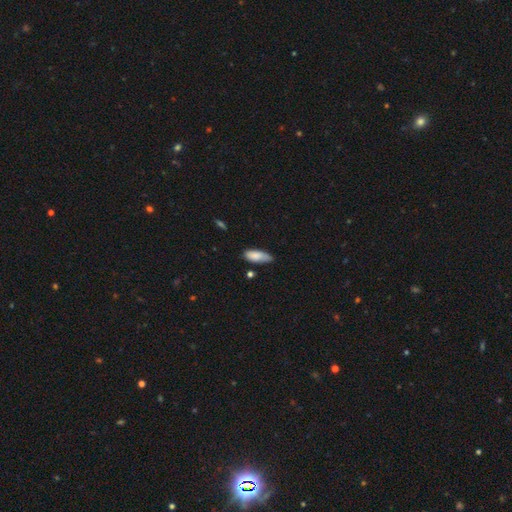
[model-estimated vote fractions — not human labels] Smooth or featured? Predicted: smooth (p=0.84). How rounded? Predicted: in between (p=0.77). Merging? Predicted: none (p=0.61).